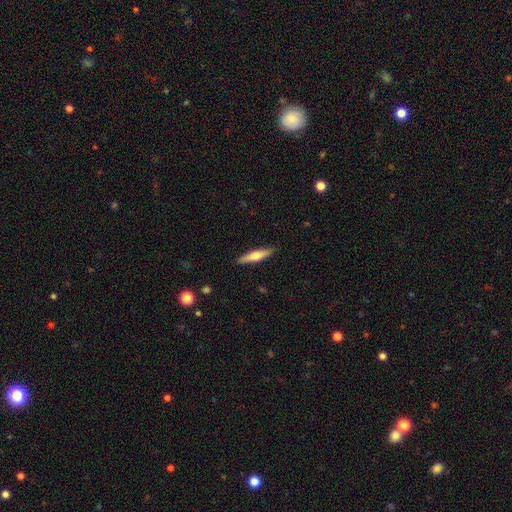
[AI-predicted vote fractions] Smooth or featured? smooth (51%)
How rounded? cigar-shaped (83%)
Merging? none (90%)